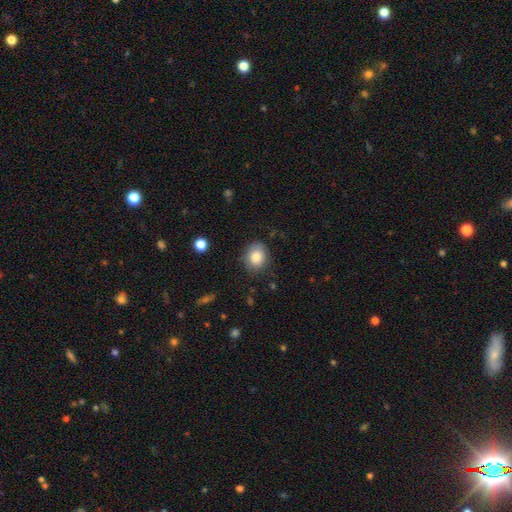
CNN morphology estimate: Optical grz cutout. It shows a smooth galaxy with no disk features (84%) that is in between round and cigar-shaped (52%). Merging: none (80%).